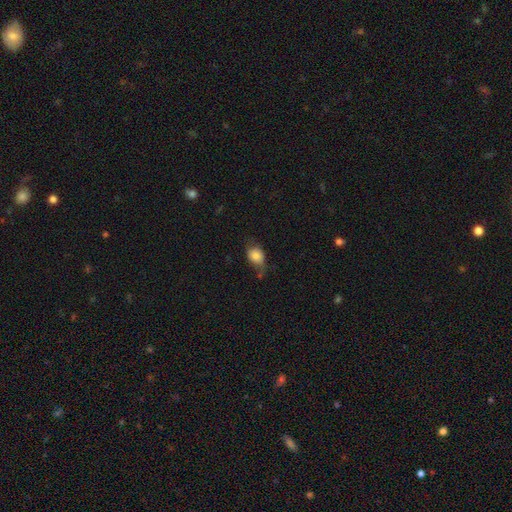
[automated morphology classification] This appears to be a smooth galaxy with no disk features (80%) that is in between round and cigar-shaped (64%). Merging: none (48%).